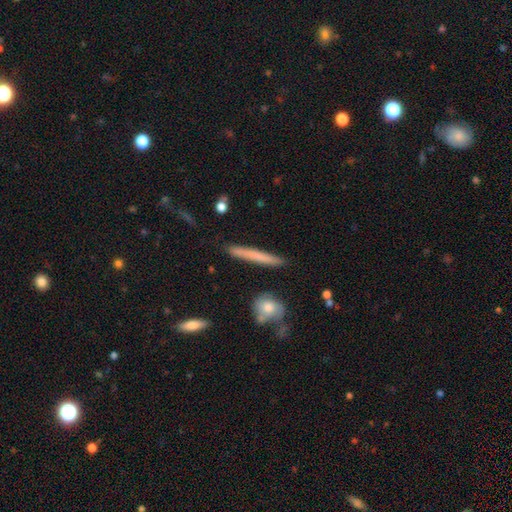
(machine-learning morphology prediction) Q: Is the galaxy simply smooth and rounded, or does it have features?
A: smooth — 62%.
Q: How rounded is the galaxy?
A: cigar-shaped — 94%.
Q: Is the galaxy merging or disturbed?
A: none — 86%.